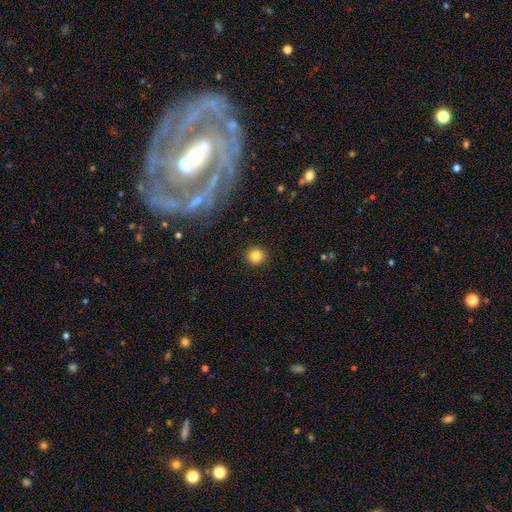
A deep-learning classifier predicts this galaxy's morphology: Smooth or featured? Predicted: smooth (p=0.83). How rounded? Predicted: round (p=0.94). Merging? Predicted: none (p=0.92).